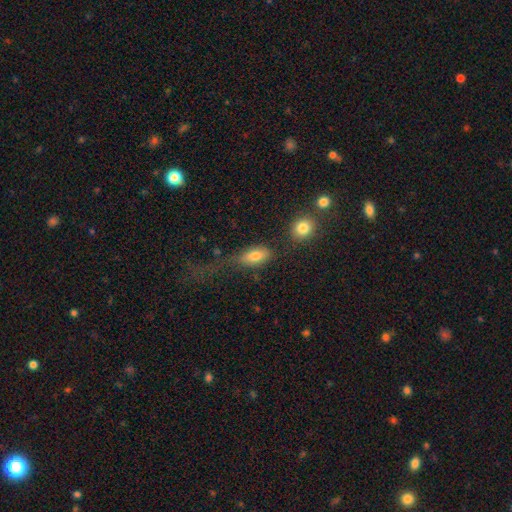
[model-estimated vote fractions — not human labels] A smooth galaxy with no disk features (77%) that is in between round and cigar-shaped (85%). Merging: none (46%).